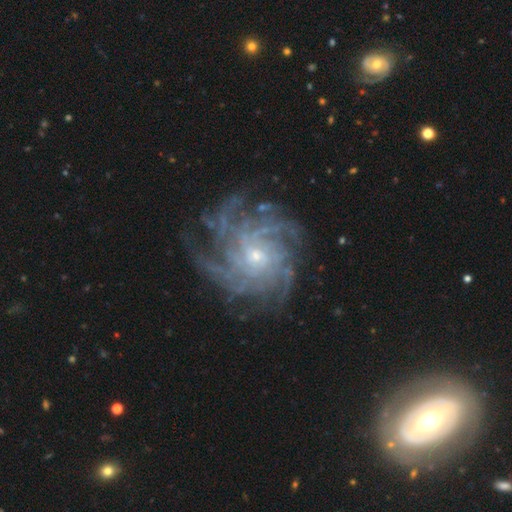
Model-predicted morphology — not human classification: A featured or disk galaxy (88%) with no bar (69%), more than 4 (39%) tight (67%) spiral arms (97%) and a small central bulge (70%). Merging: none (75%).